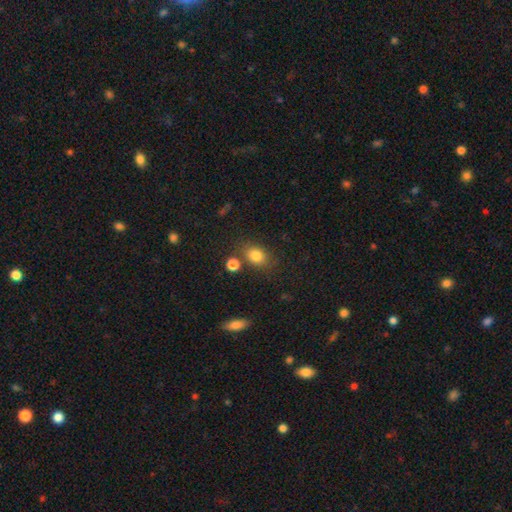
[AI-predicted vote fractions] Smooth or featured? smooth (82%)
How rounded? in between (60%)
Merging? none (71%)